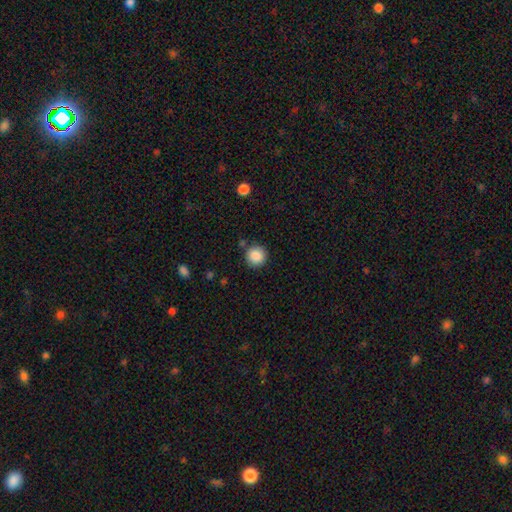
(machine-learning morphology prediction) Q: Smooth or featured?
A: smooth (87%); runner-up: star or artifact (9%)
Q: How rounded?
A: round (94%); runner-up: in between (5%)
Q: Merging?
A: none (85%); runner-up: minor disturbance (8%)